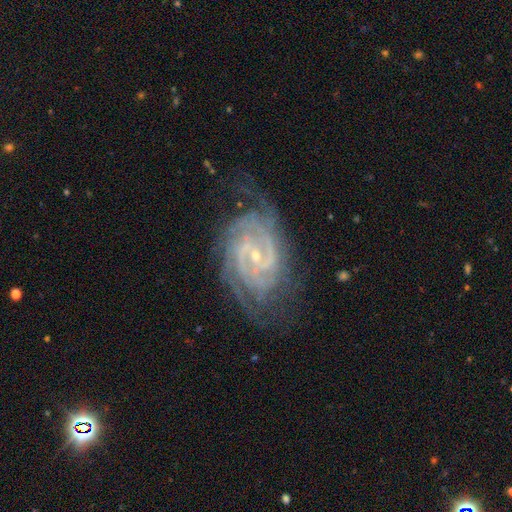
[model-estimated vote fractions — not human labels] The model was most divided on "bar": weak: 44%, no: 38%, strong: 18%. Remaining: spiral arms — yes (98%); edge-on disk — no (97%); smooth or featured — featured or disk (90%); bulge size — small (78%); merging — none (68%); spiral winding — tight (67%); spiral arm count — 2 (35%).